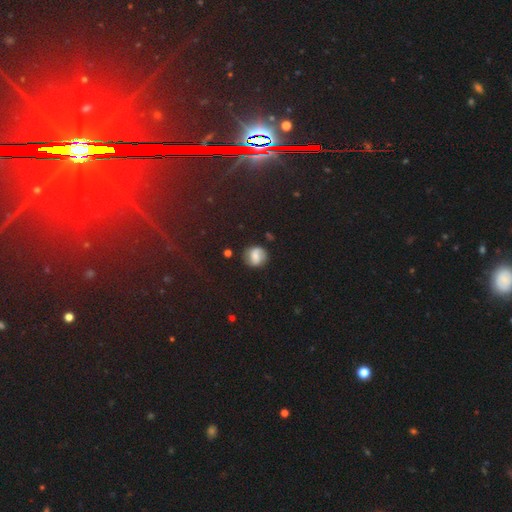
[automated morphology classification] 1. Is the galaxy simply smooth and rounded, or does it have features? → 48% smooth, 41% featured or disk, 11% star or artifact.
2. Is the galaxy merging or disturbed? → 76% none, 16% minor disturbance, 5% major disturbance, 3% merger.